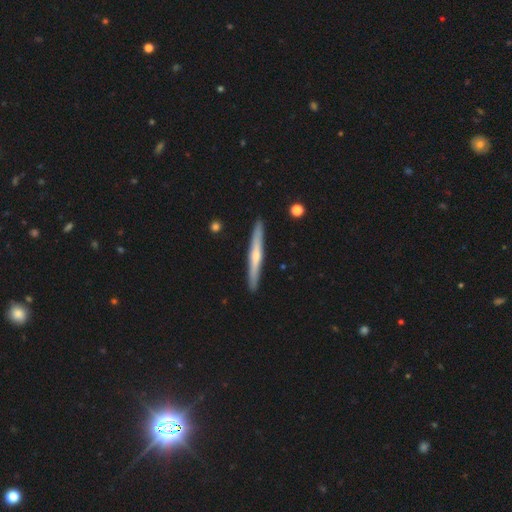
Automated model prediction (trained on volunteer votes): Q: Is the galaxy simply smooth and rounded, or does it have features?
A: featured or disk — 60%.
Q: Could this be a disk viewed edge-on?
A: yes — 96%.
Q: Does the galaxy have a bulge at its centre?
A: rounded — 68%.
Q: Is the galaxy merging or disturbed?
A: none — 92%.